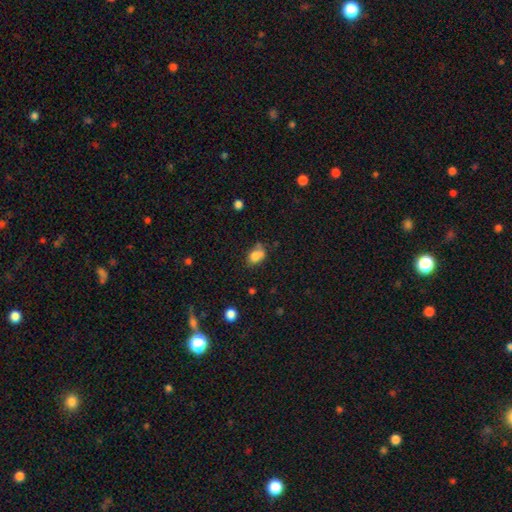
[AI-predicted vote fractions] A smooth galaxy with no disk features (77%) that is in between round and cigar-shaped (66%). Merging: none (41%).